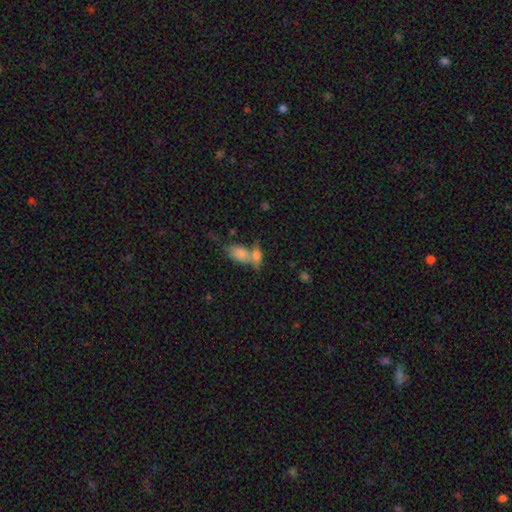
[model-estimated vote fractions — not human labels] smooth-or-featured: smooth: 70% | featured or disk: 20% | star or artifact: 10%
  how-rounded: in between: 76% | round: 12% | cigar-shaped: 12%
  merging: merger: 53% | none: 33% | minor disturbance: 10% | major disturbance: 5%